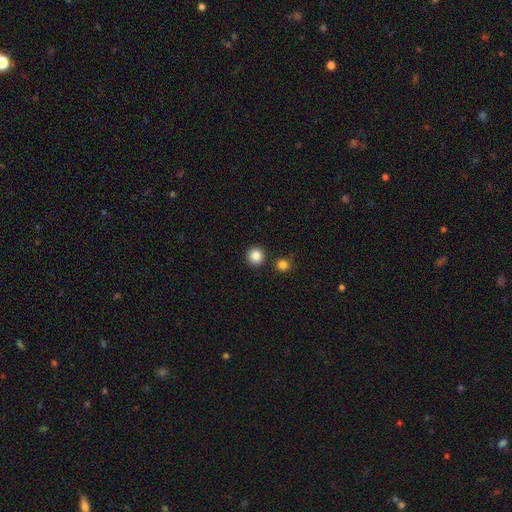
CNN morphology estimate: A smooth galaxy with no disk features (86%) that is round (95%).

Vote fractions:
- Smooth or featured? smooth: 86% / star or artifact: 10% / featured or disk: 4%
- How rounded? round: 95% / in between: 4% / cigar-shaped: 1%
- Merging? none: 89% / minor disturbance: 5% / merger: 4% / major disturbance: 2%